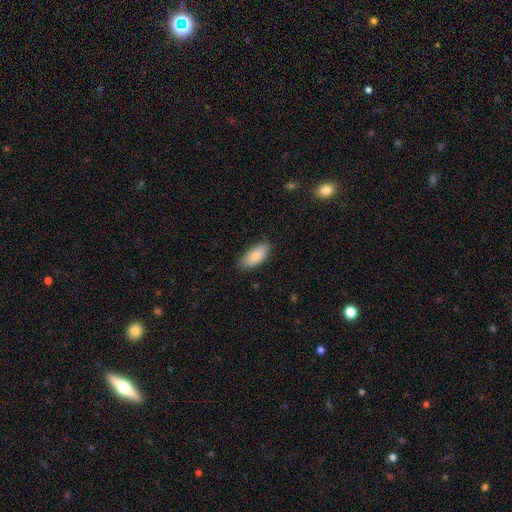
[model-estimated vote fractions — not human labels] smooth-or-featured: smooth: 84% | featured or disk: 10% | star or artifact: 6%
  how-rounded: in between: 90% | cigar-shaped: 8% | round: 2%
  merging: none: 83% | minor disturbance: 14% | major disturbance: 2% | merger: 1%